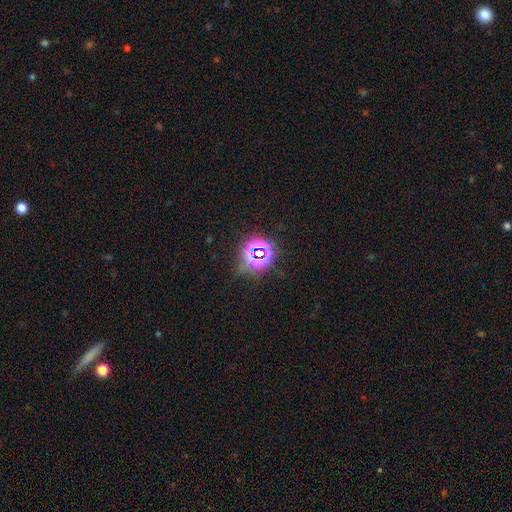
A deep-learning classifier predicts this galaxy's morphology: smooth_or_featured: star or artifact (p=0.73) [alt: smooth p=0.17]